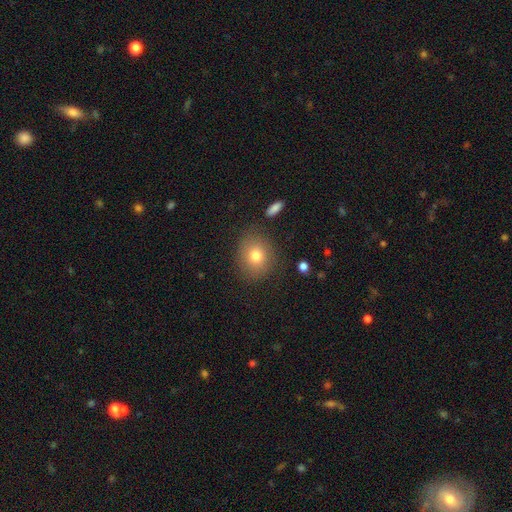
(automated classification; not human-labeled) Morphology: type=smooth (77%); roundness=round (66%); merging=none (82%).